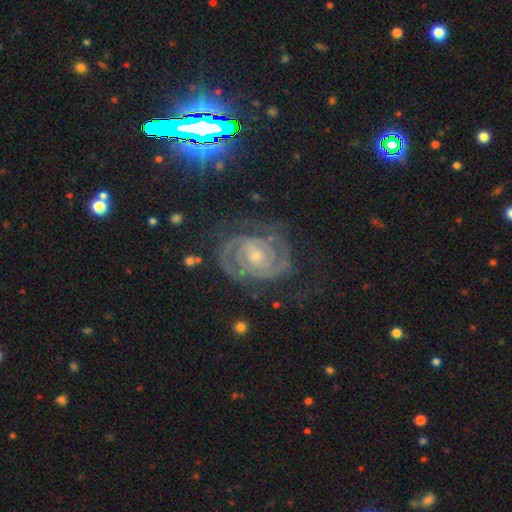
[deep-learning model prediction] Smooth or featured? featured or disk (86%)
Edge-on disk? no (97%)
Bar? no (59%)
Spiral arms? yes (97%)
Spiral winding? tight (68%)
Spiral arm count? 2 (63%)
Bulge size? small (63%)
Merging? none (74%)